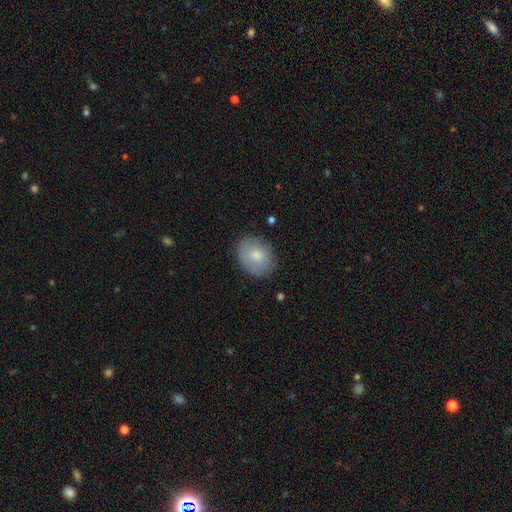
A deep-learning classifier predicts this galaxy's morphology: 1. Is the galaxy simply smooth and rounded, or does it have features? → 77% smooth, 16% featured or disk, 7% star or artifact.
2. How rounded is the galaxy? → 56% in between, 43% round, 1% cigar-shaped.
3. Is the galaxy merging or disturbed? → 81% none, 14% minor disturbance, 3% major disturbance, 1% merger.